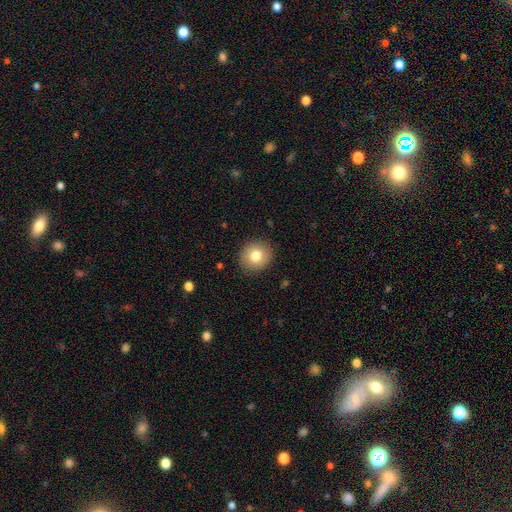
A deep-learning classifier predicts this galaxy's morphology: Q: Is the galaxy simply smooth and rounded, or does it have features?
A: smooth — 79%.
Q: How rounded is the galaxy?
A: round — 84%.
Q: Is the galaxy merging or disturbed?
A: none — 89%.